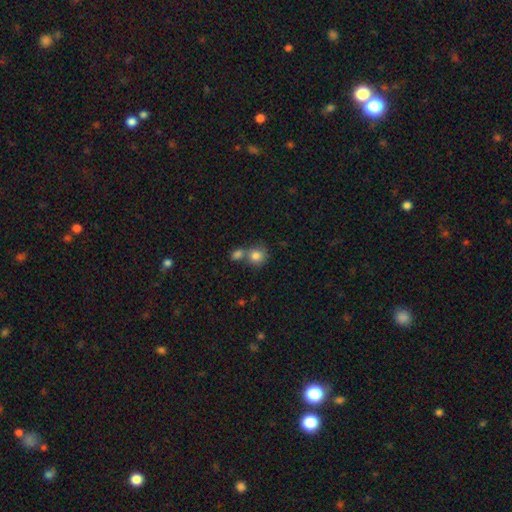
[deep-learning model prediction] smooth-or-featured: smooth: 82% | star or artifact: 10% | featured or disk: 8%
  how-rounded: round: 83% | in between: 16% | cigar-shaped: 1%
  merging: none: 46% | merger: 42% | minor disturbance: 9% | major disturbance: 3%